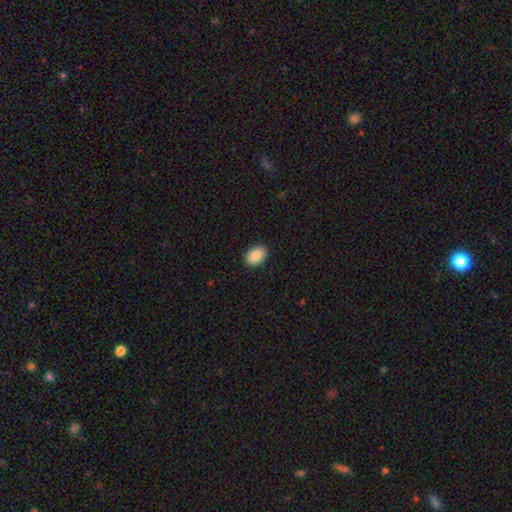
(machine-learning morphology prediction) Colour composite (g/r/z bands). It shows a smooth galaxy with no disk features (88%) that is in between round and cigar-shaped (88%). Merging: none (90%).